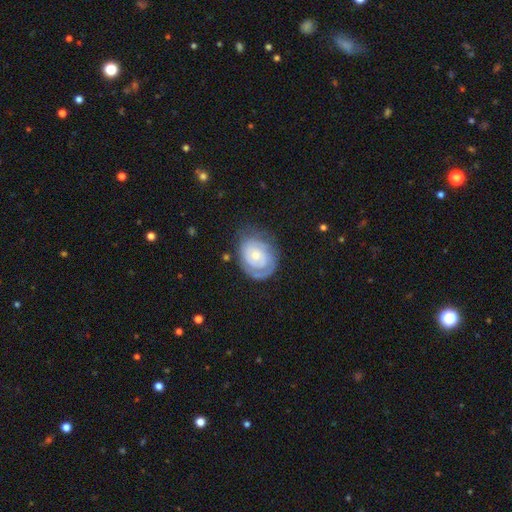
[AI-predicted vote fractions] Smooth or featured?
  - featured or disk: 74% *
  - smooth: 21%
  - star or artifact: 6%
Edge-on disk?
  - no: 97% *
  - yes: 3%
Bar?
  - no: 79% *
  - weak: 17%
  - strong: 3%
Spiral arms?
  - yes: 85% *
  - no: 15%
Spiral winding?
  - tight: 73% *
  - medium: 19%
  - loose: 7%
Spiral arm count?
  - can't tell: 33% *
  - 2: 29%
  - 1: 24%
  - 3: 8%
  - 4: 3%
  - more than 4: 3%
Bulge size?
  - small: 61% *
  - moderate: 34%
  - large: 2%
  - none: 2%
  - dominant: 1%
Merging?
  - none: 67% *
  - minor disturbance: 21%
  - major disturbance: 11%
  - merger: 2%